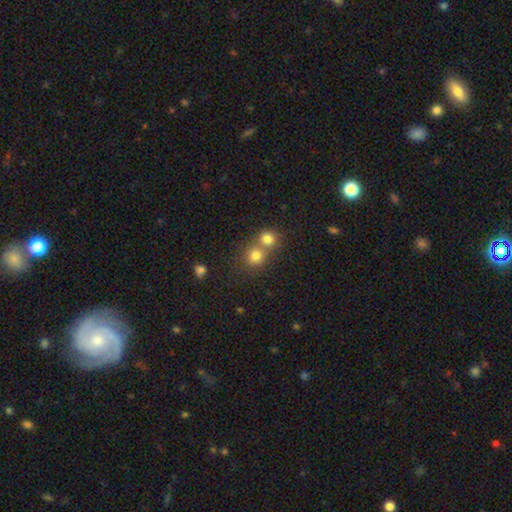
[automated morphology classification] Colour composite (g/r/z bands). It shows a smooth galaxy with no disk features (78%) that is round (86%). Merging: none (46%, tied with merger).